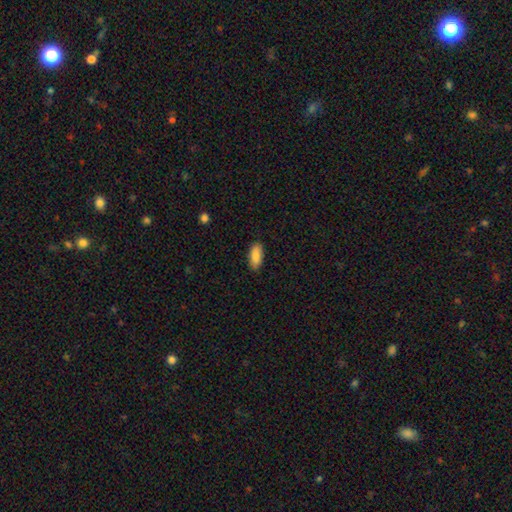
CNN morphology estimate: Overall: smooth (88%). How rounded: in between (84%). Merging: none (88%).